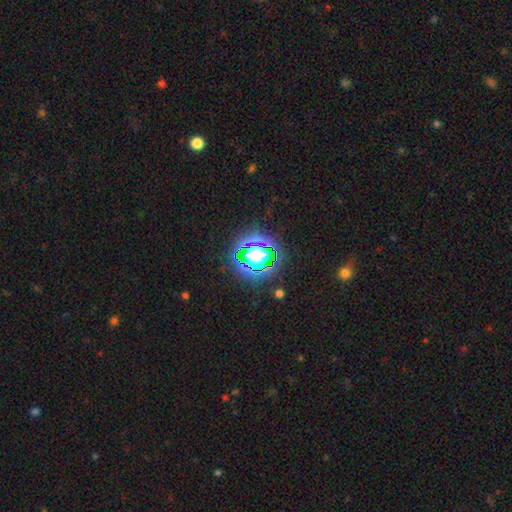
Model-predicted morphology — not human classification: A star or artifact, not a galaxy (58%).